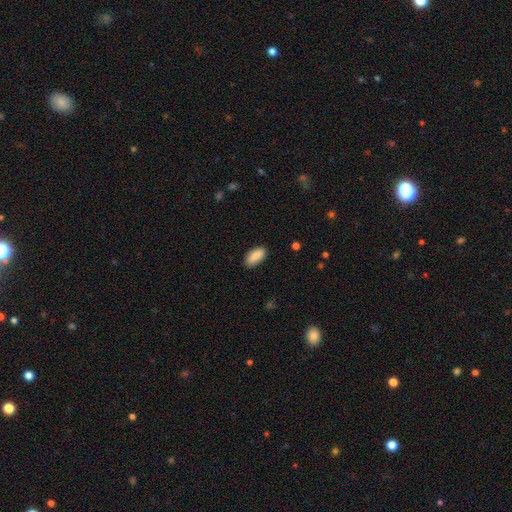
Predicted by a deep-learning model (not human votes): This appears to be a smooth galaxy with no disk features (89%) that is in between round and cigar-shaped (88%). Merging: none (84%).